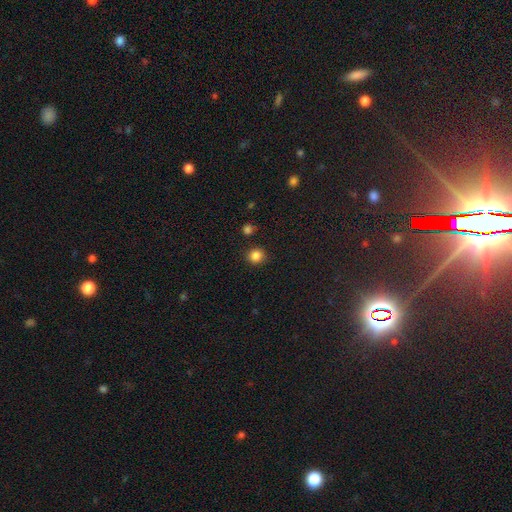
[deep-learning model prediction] Smooth or featured? smooth (84%)
How rounded? round (90%)
Merging? none (87%)